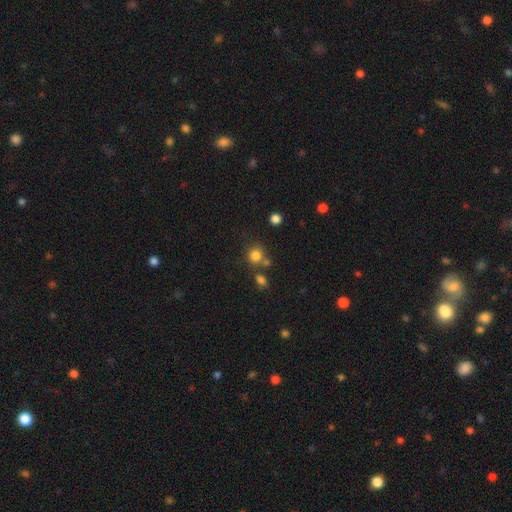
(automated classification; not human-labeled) The model was most divided on "merging": none: 65%, merger: 20%, minor disturbance: 10%, major disturbance: 5%. More confident: how rounded — round (86%); smooth or featured — smooth (81%).